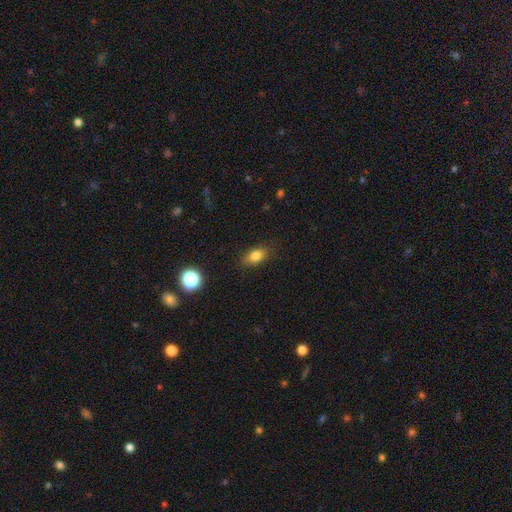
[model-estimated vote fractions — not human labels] Overall: smooth (81%). How rounded: in between (81%). Merging: none (83%).